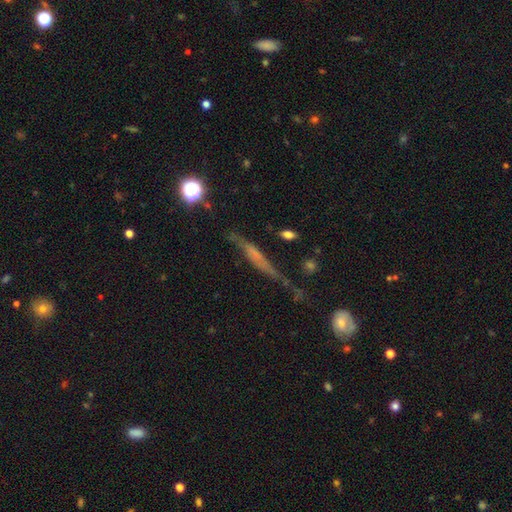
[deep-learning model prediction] This is possibly a featured or disk galaxy (51%). It is clearly viewed edge-on (82%). Merging: possibly none (57%).